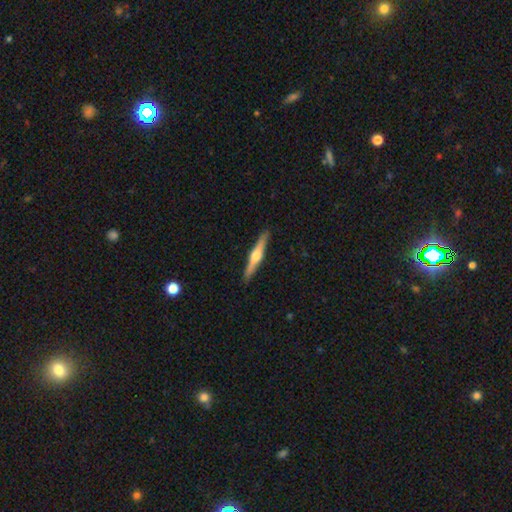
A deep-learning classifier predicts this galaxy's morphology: Smooth or featured: featured or disk — 69% (smooth — 26%)
Edge-on disk: yes — 98% (no — 2%)
Edge-on bulge: rounded — 92% (boxy — 4%)
Merging: none — 91% (minor disturbance — 6%)